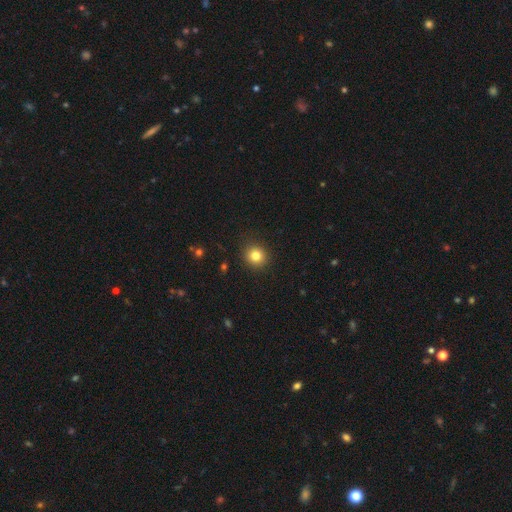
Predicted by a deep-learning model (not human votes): This is clearly a smooth galaxy (82%). How rounded: clearly round (88%). Merging: clearly none (91%).